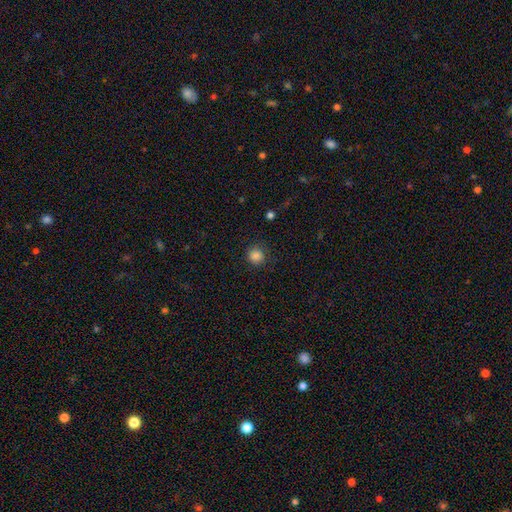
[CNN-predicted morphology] Smooth or featured? Predicted: smooth (p=0.85). How rounded? Predicted: round (p=0.92). Merging? Predicted: none (p=0.84).